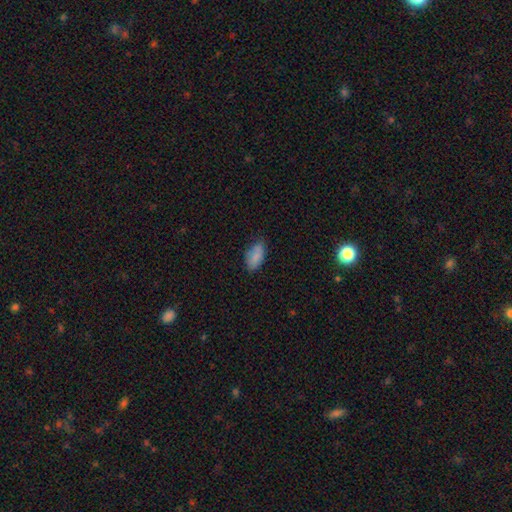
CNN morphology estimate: smooth 85%, featured or disk 8%, star or artifact 7%. Down the decision tree: how rounded — in between (93%); merging — none (69%).